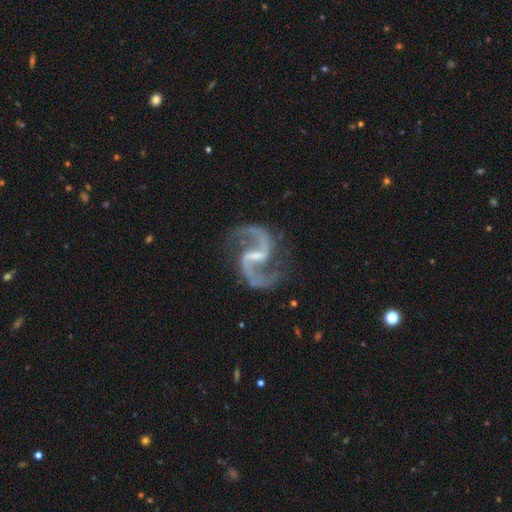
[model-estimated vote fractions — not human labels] Smooth or featured: featured or disk — 94% (star or artifact — 4%)
Edge-on disk: no — 98% (yes — 2%)
Bar: weak — 51% (strong — 31%)
Spiral arms: yes — 99% (no — 1%)
Spiral winding: medium — 49% (loose — 43%)
Spiral arm count: 2 — 95% (can't tell — 1%)
Bulge size: small — 54% (none — 25%)
Merging: none — 80% (minor disturbance — 12%)